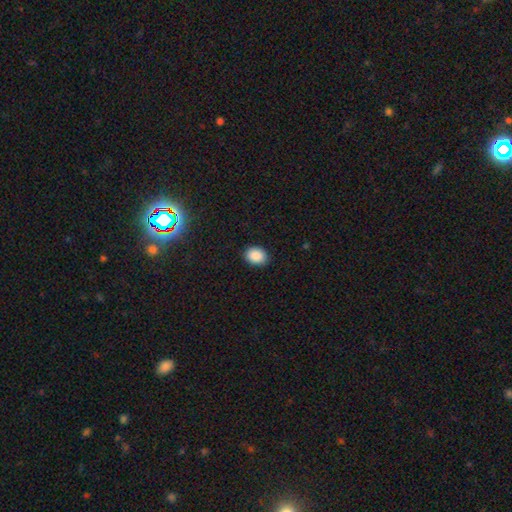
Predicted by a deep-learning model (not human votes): Q: Smooth or featured?
A: smooth (89%); runner-up: star or artifact (8%)
Q: How rounded?
A: in between (64%); runner-up: round (36%)
Q: Merging?
A: none (89%); runner-up: minor disturbance (8%)